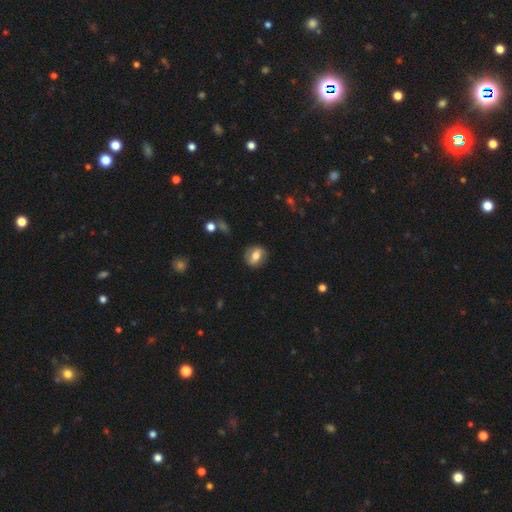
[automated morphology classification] Smooth or featured?
  - smooth: 57% *
  - featured or disk: 35%
  - star or artifact: 8%
How rounded?
  - round: 49% * (tied)
  - in between: 49% * (tied)
  - cigar-shaped: 3%
Merging?
  - none: 82% *
  - minor disturbance: 12%
  - major disturbance: 4%
  - merger: 2%